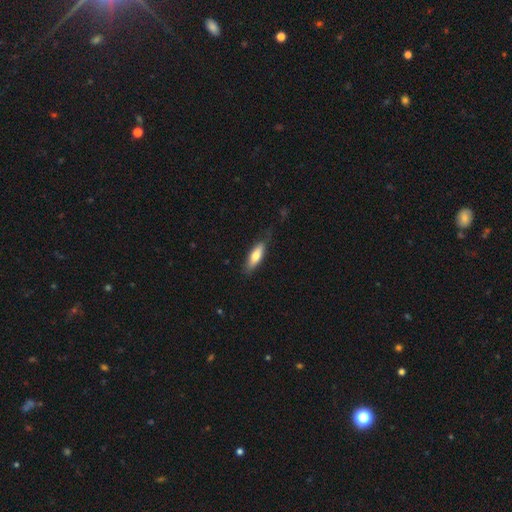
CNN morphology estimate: type=smooth (71%); roundness=in between (50%); merging=none (74%).